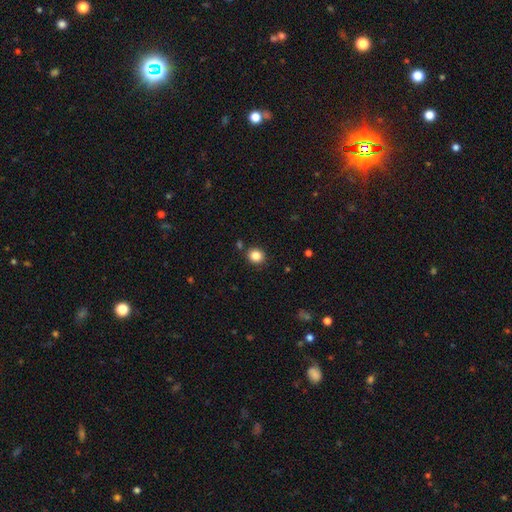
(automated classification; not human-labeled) smooth-or-featured: smooth: 85% | star or artifact: 11% | featured or disk: 4%
  how-rounded: round: 83% | in between: 16% | cigar-shaped: 1%
  merging: none: 86% | minor disturbance: 8% | merger: 4% | major disturbance: 2%